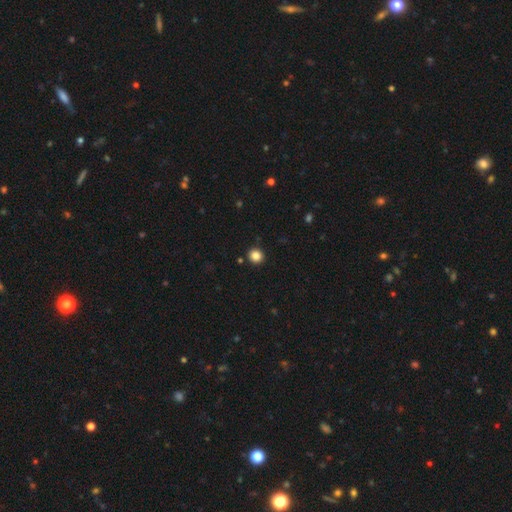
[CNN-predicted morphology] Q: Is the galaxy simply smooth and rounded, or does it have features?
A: smooth — 84%.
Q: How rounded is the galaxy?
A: round — 90%.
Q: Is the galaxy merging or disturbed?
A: none — 91%.